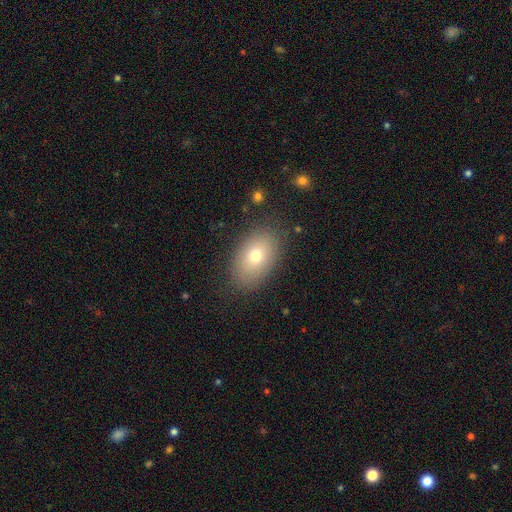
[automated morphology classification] Smooth or featured?
  - smooth: 72% *
  - featured or disk: 17%
  - star or artifact: 11%
How rounded?
  - in between: 87% *
  - round: 12%
  - cigar-shaped: 1%
Merging?
  - none: 84% *
  - minor disturbance: 11%
  - major disturbance: 4%
  - merger: 1%